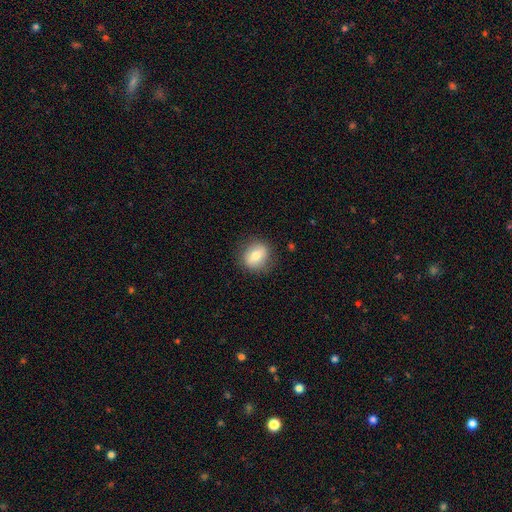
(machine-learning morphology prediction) Smooth or featured? Predicted: smooth (p=0.72). How rounded? Predicted: round (p=0.60). Merging? Predicted: none (p=0.83).